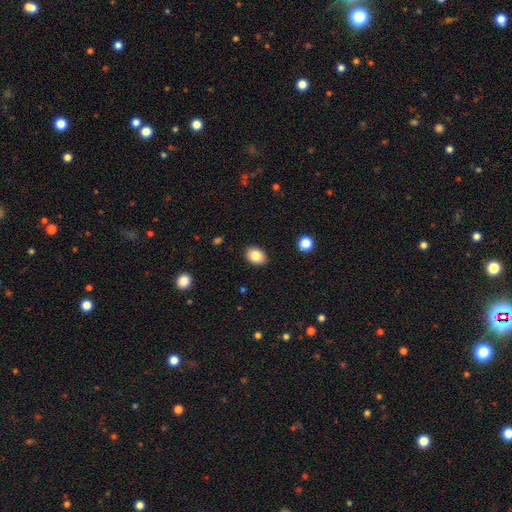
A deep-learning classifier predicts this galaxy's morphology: Smooth or featured? smooth (85%)
How rounded? in between (73%)
Merging? none (89%)